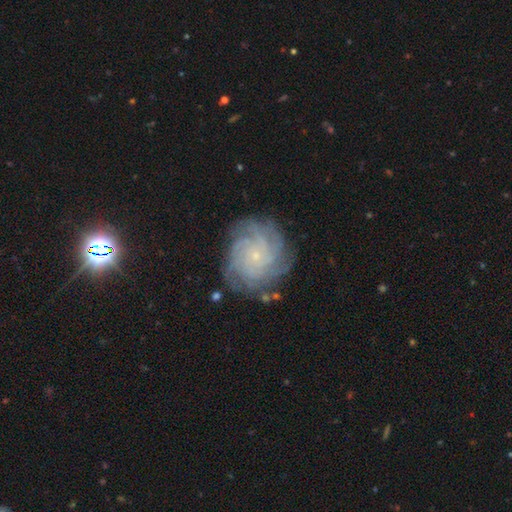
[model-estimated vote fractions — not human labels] Smooth or featured: featured or disk — 82% (smooth — 10%)
Edge-on disk: no — 98% (yes — 2%)
Bar: no — 80% (weak — 16%)
Spiral arms: yes — 97% (no — 3%)
Spiral winding: tight — 74% (medium — 21%)
Spiral arm count: 4 — 29% (more than 4 — 24%)
Bulge size: small — 87% (moderate — 8%)
Merging: none — 79% (minor disturbance — 14%)